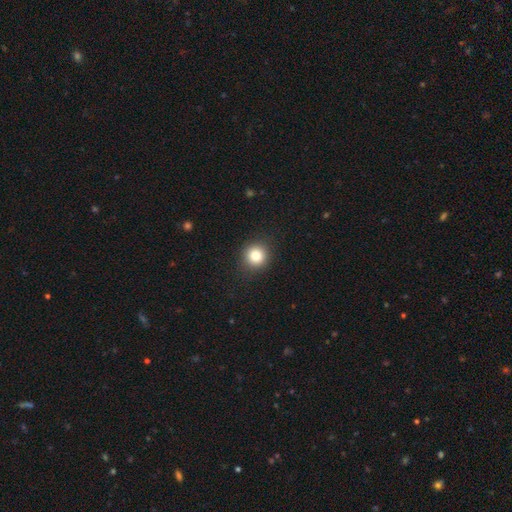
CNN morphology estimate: Smooth or featured: smooth — 83% (star or artifact — 11%)
How rounded: round — 90% (in between — 9%)
Merging: none — 89% (minor disturbance — 7%)